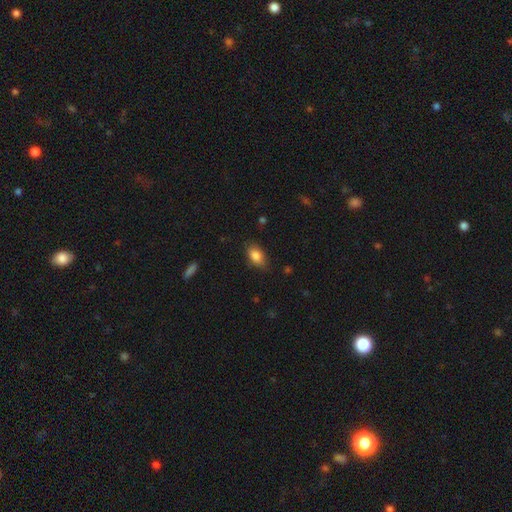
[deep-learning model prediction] Smooth or featured? Predicted: smooth (p=0.85). How rounded? Predicted: in between (p=0.89). Merging? Predicted: none (p=0.78).